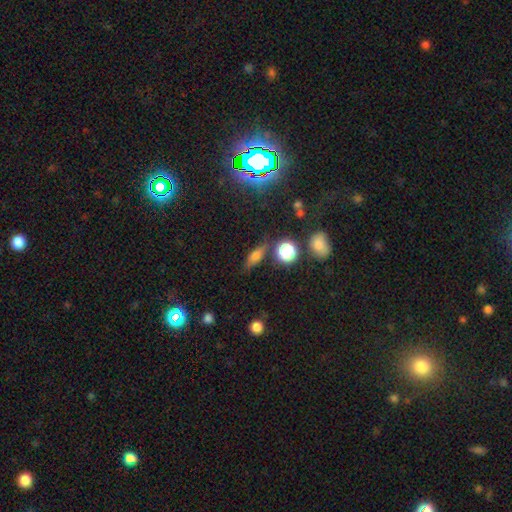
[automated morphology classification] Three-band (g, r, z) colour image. It shows a smooth galaxy with no disk features (63%) that is in between round and cigar-shaped (47%). Merging: none (76%).